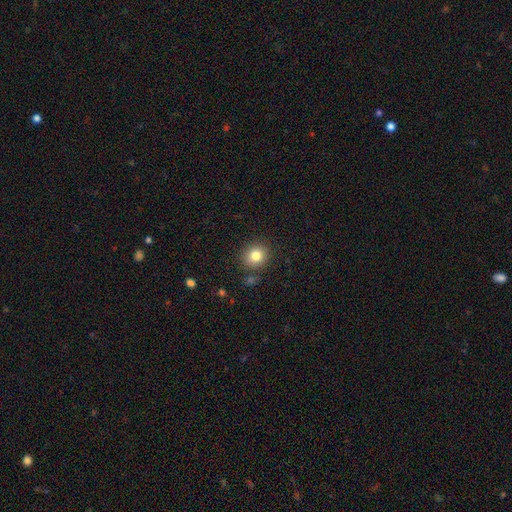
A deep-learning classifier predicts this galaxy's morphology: Q: Smooth or featured?
A: smooth (82%); runner-up: star or artifact (11%)
Q: How rounded?
A: round (83%); runner-up: in between (16%)
Q: Merging?
A: none (84%); runner-up: minor disturbance (10%)